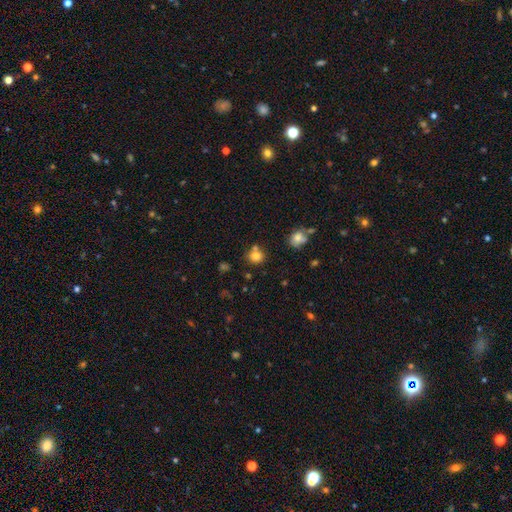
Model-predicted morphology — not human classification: Smooth or featured: smooth — 80% (star or artifact — 13%)
How rounded: round — 82% (in between — 17%)
Merging: none — 64% (merger — 20%)